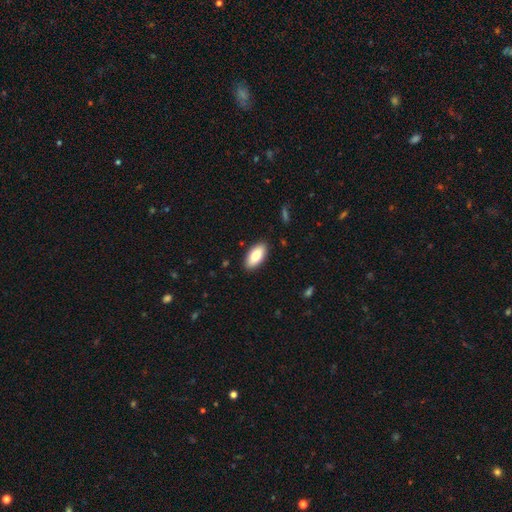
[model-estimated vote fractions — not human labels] Smooth or featured? smooth (79%)
How rounded? in between (92%)
Merging? none (89%)